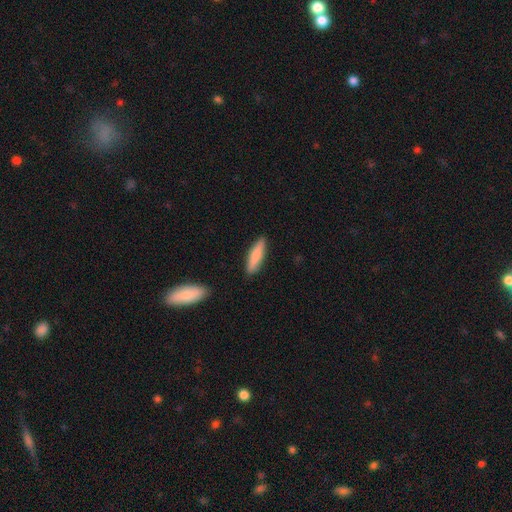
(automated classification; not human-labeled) Q: Smooth or featured?
A: smooth (79%); runner-up: featured or disk (15%)
Q: How rounded?
A: cigar-shaped (74%); runner-up: in between (24%)
Q: Merging?
A: none (88%); runner-up: minor disturbance (9%)